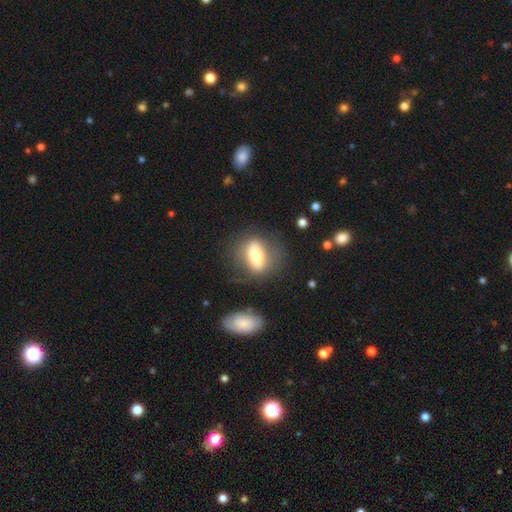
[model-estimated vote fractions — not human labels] This is possibly a smooth galaxy (59%). How rounded: likely in between (68%). Merging: likely none (69%).